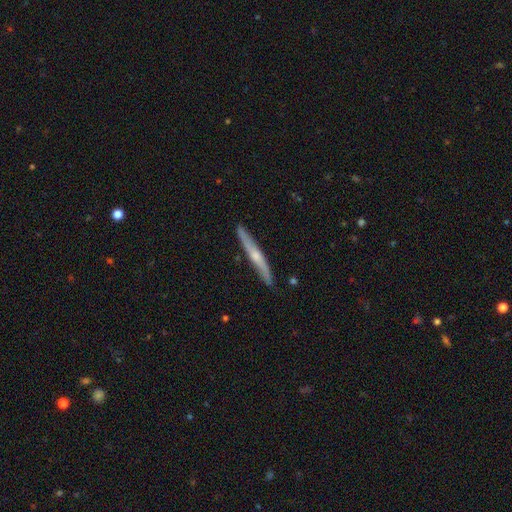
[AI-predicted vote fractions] smooth_or_featured: featured or disk (p=0.63) [alt: smooth p=0.31]
disk_edge_on: yes (p=0.95) [alt: no p=0.05]
edge_on_bulge: rounded (p=0.71) [alt: none p=0.25]
merging: none (p=0.88) [alt: minor disturbance p=0.09]